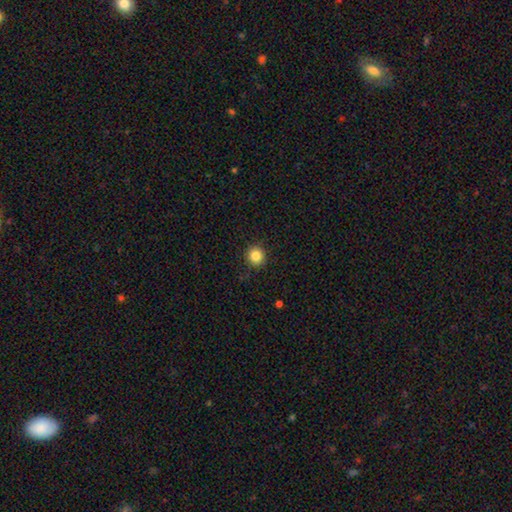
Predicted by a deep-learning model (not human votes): smooth_or_featured: smooth (p=0.85) [alt: star or artifact p=0.10]
how_rounded: round (p=0.93) [alt: in between p=0.06]
merging: none (p=0.90) [alt: minor disturbance p=0.07]